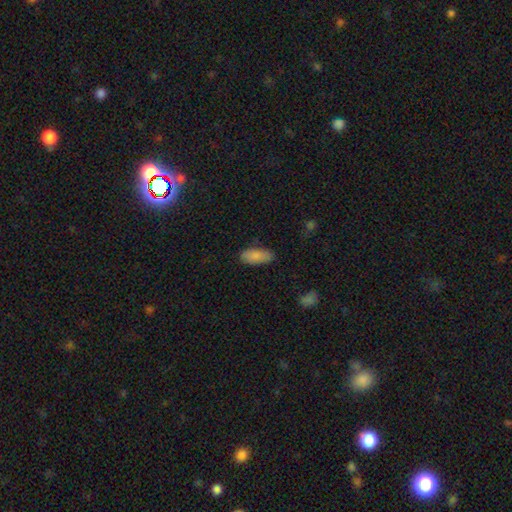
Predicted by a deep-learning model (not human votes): A smooth galaxy with no disk features (86%) that is in between round and cigar-shaped (84%). Merging: none (81%).